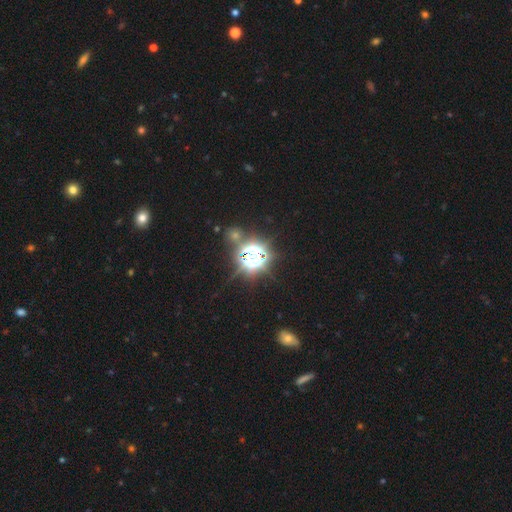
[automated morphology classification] smooth_or_featured: star or artifact (p=0.75) [alt: smooth p=0.18]